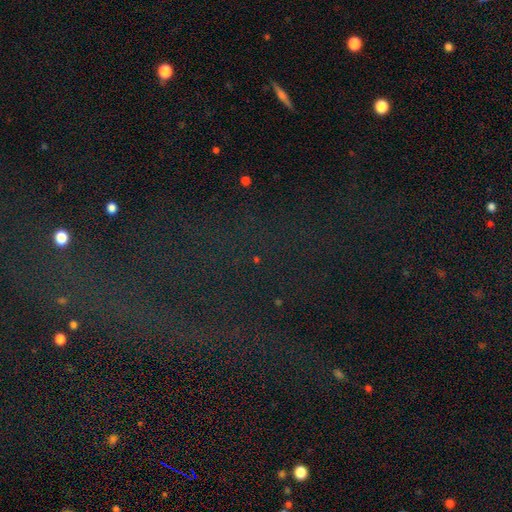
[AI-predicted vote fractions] Morphology: type=star or artifact (77%).